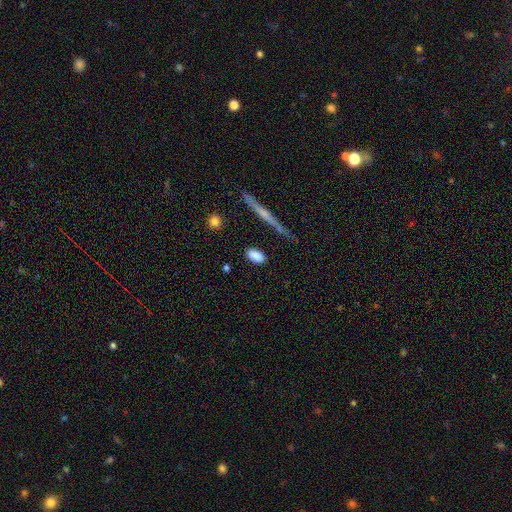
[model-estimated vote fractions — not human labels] smooth-or-featured: smooth: 86% | star or artifact: 7% | featured or disk: 7%
  how-rounded: in between: 89% | round: 6% | cigar-shaped: 5%
  merging: none: 82% | minor disturbance: 12% | major disturbance: 3% | merger: 3%